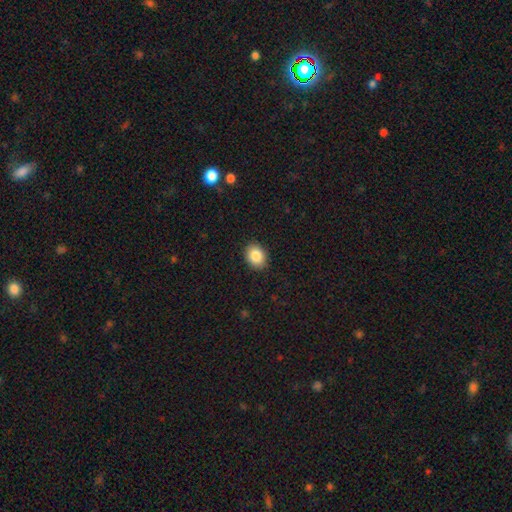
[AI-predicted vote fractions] This is clearly a smooth galaxy (86%). How rounded: possibly in between (58%). Merging: clearly none (89%).